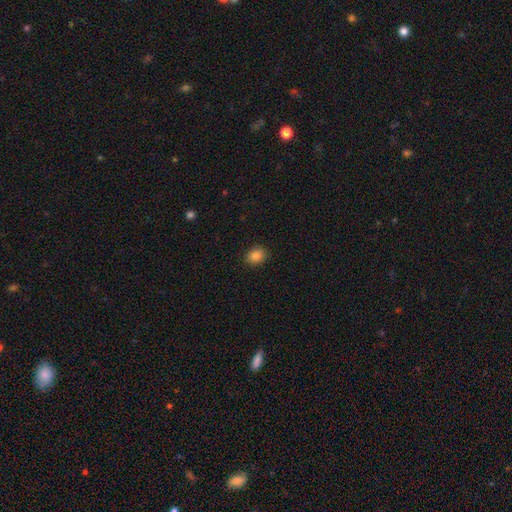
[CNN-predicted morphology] The model was most divided on "how rounded": round: 56%, in between: 44%, cigar-shaped: 1%. More confident: merging — none (90%); smooth or featured — smooth (86%).